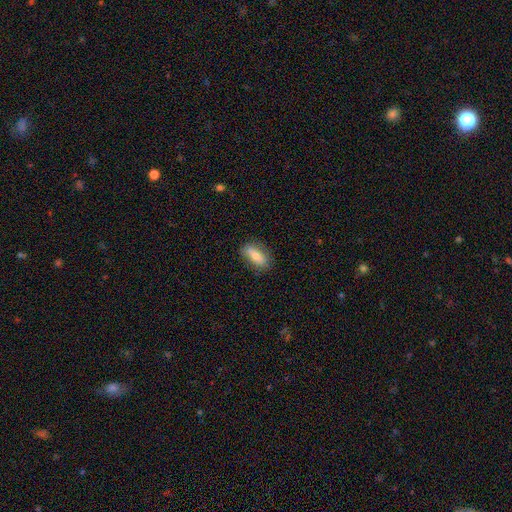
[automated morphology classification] This is likely a smooth galaxy (71%). How rounded: likely in between (79%). Merging: likely none (79%).